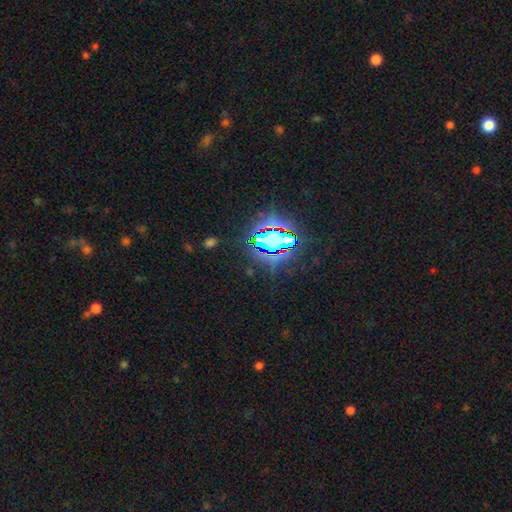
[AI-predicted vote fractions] Smooth or featured: star or artifact — 79% (smooth — 12%)